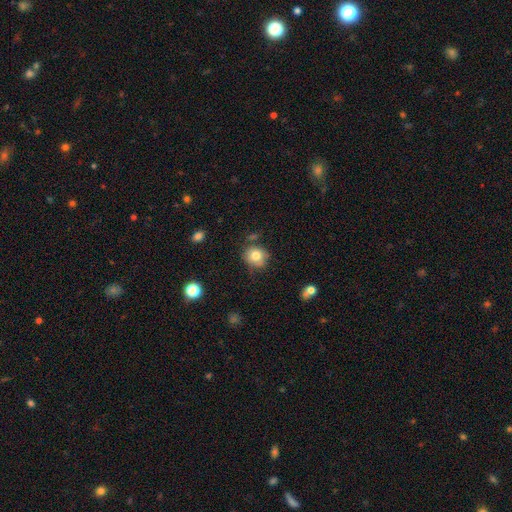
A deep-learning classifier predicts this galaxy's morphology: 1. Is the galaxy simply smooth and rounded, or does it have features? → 79% smooth, 10% featured or disk, 10% star or artifact.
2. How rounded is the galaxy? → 81% round, 18% in between, 1% cigar-shaped.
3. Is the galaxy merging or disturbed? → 69% none, 19% minor disturbance, 7% merger, 5% major disturbance.